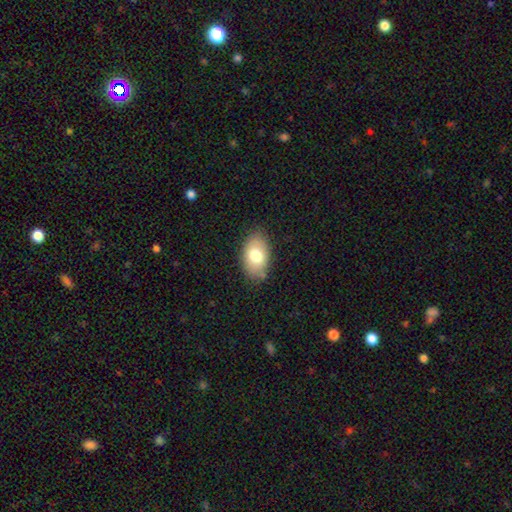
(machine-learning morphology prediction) Smooth or featured: smooth — 73% (featured or disk — 19%)
How rounded: in between — 91% (round — 8%)
Merging: none — 80% (minor disturbance — 15%)